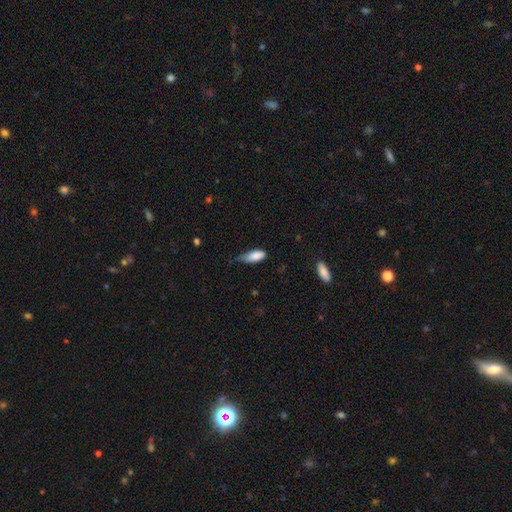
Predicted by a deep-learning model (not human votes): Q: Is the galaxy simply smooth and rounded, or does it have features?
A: smooth — 84%.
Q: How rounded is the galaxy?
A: in between — 83%.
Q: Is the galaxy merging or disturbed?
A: minor disturbance — 53%.